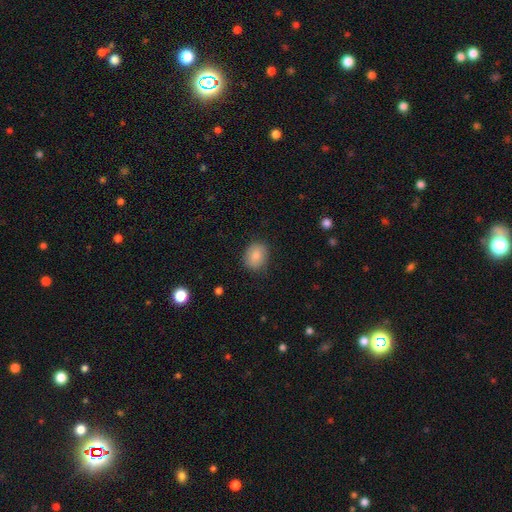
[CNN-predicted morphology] Q: Smooth or featured?
A: smooth (83%); runner-up: featured or disk (9%)
Q: How rounded?
A: round (60%); runner-up: in between (39%)
Q: Merging?
A: none (80%); runner-up: minor disturbance (15%)